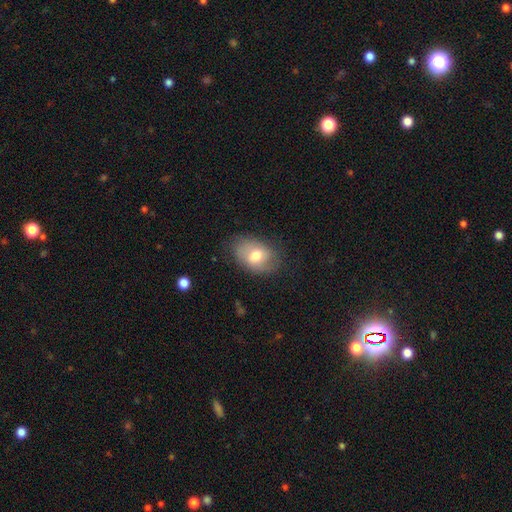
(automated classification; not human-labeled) A smooth galaxy with no disk features (70%) that is in between round and cigar-shaped (82%). Merging: none (73%).